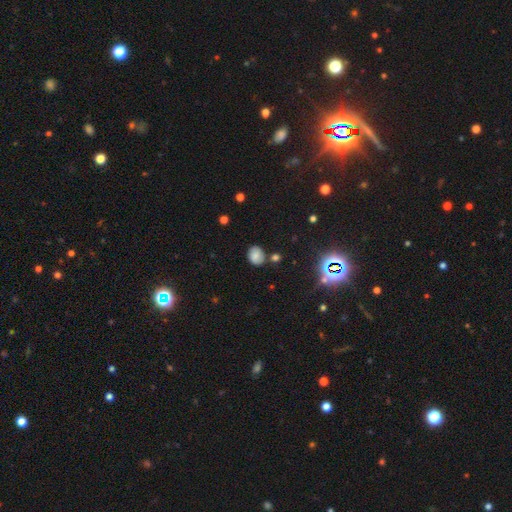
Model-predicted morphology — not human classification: smooth 73%, star or artifact 14%, featured or disk 13%. Down the decision tree: how rounded — in between (51%); merging — none (72%).